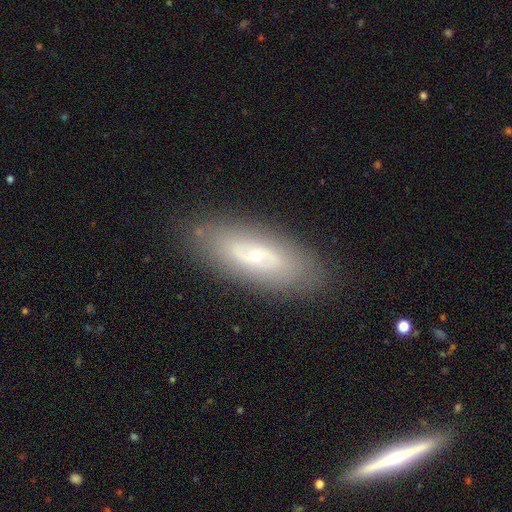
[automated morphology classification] Q: Smooth or featured?
A: featured or disk (60%); runner-up: smooth (32%)
Q: Edge-on disk?
A: no (83%); runner-up: yes (17%)
Q: Merging?
A: none (84%); runner-up: minor disturbance (11%)